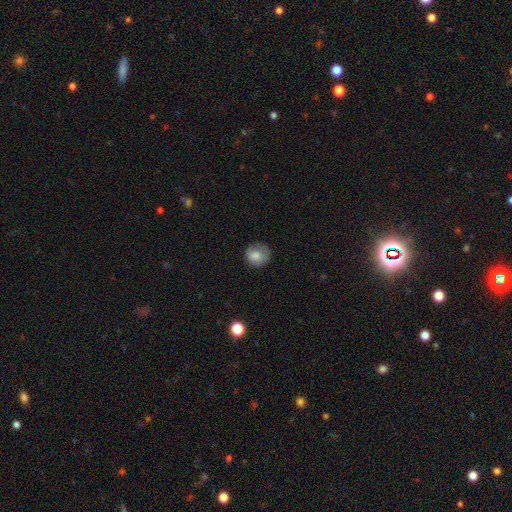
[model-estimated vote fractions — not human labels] Q: Smooth or featured?
A: smooth (80%); runner-up: featured or disk (11%)
Q: How rounded?
A: round (86%); runner-up: in between (13%)
Q: Merging?
A: none (73%); runner-up: minor disturbance (20%)